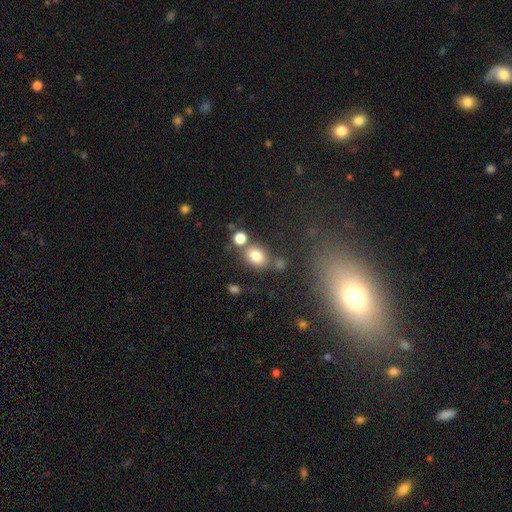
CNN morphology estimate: Overall: smooth (79%). How rounded: in between (62%; round 37%). Merging: none (62%).